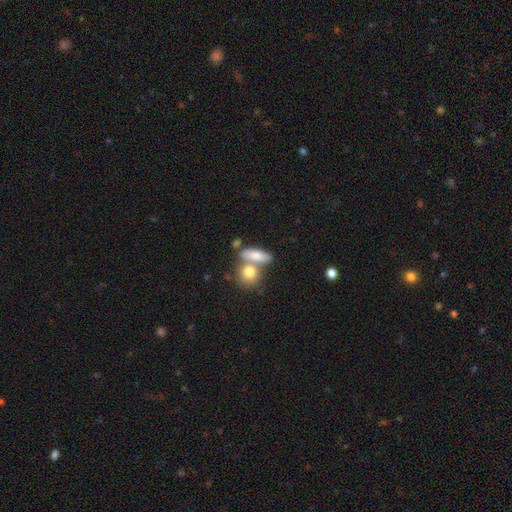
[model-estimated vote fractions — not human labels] Smooth or featured: smooth — 78% (featured or disk — 15%)
How rounded: in between — 69% (cigar-shaped — 20%)
Merging: merger — 44% (none — 42%)